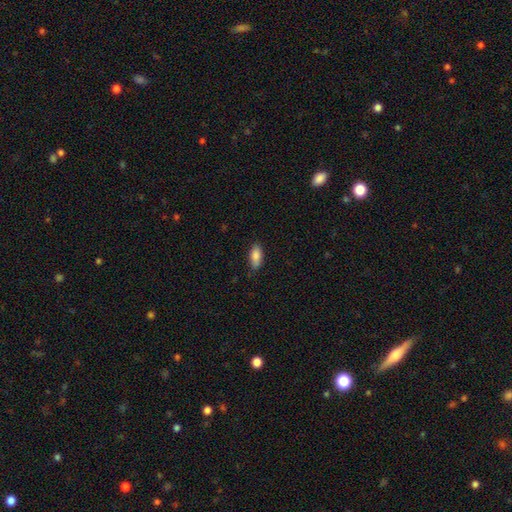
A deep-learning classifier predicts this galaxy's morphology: A smooth galaxy with no disk features (86%) that is in between round and cigar-shaped (85%). Merging: none (81%).